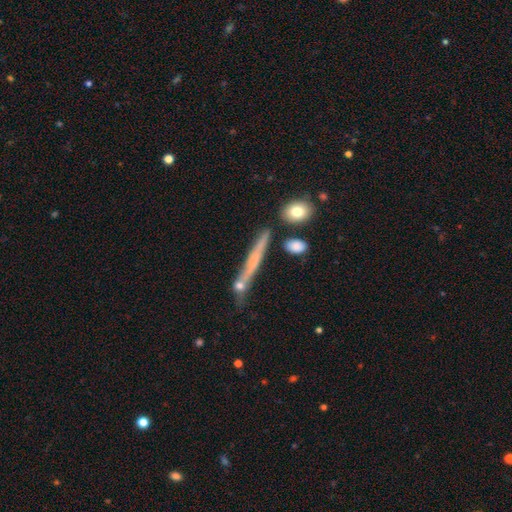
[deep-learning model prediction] Smooth or featured? Predicted: smooth (p=0.53). How rounded? Predicted: cigar-shaped (p=0.86). Merging? Predicted: none (p=0.63).